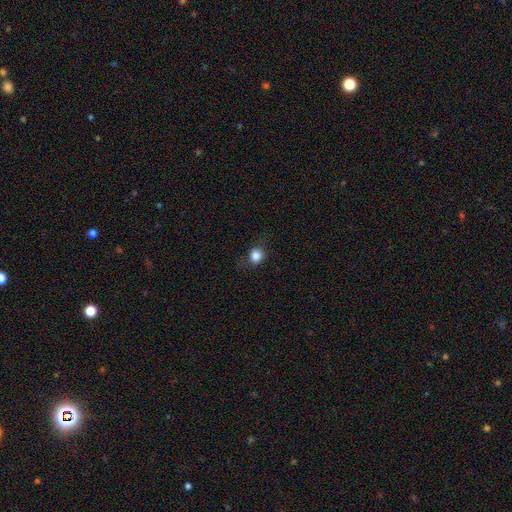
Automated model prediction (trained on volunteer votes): smooth 83%, star or artifact 11%, featured or disk 6%. Down the decision tree: how rounded — round (79%); merging — none (77%).